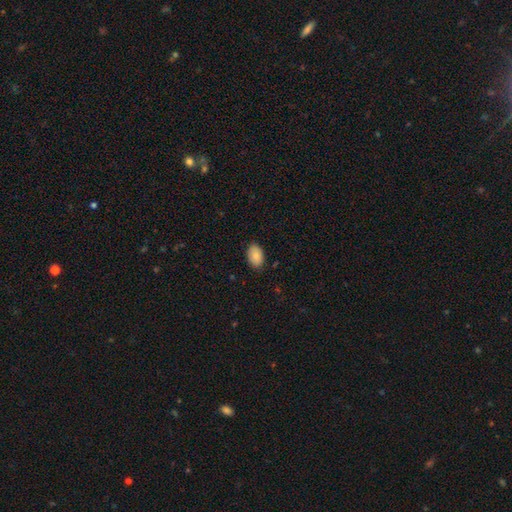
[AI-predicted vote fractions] smooth_or_featured: smooth (p=0.87) [alt: star or artifact p=0.07]
how_rounded: in between (p=0.89) [alt: round p=0.10]
merging: none (p=0.86) [alt: minor disturbance p=0.11]